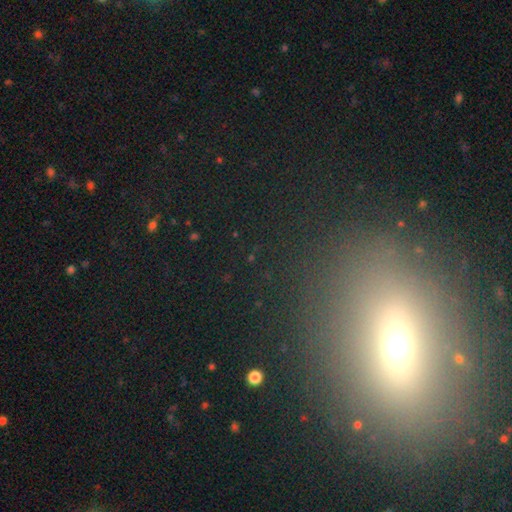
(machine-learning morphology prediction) type=star or artifact (43%).